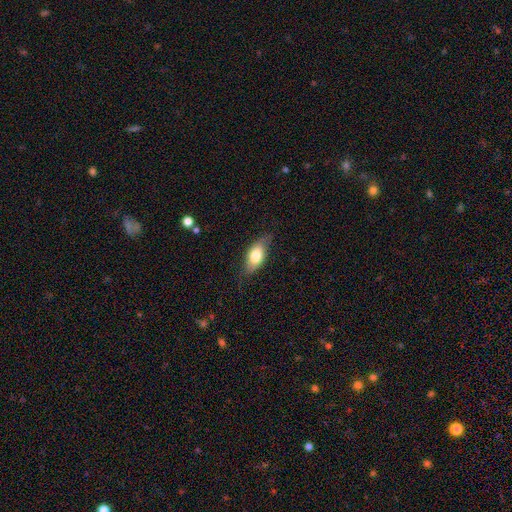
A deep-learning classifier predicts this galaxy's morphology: This is likely a smooth galaxy (71%). How rounded: clearly in between (85%). Merging: likely none (73%).